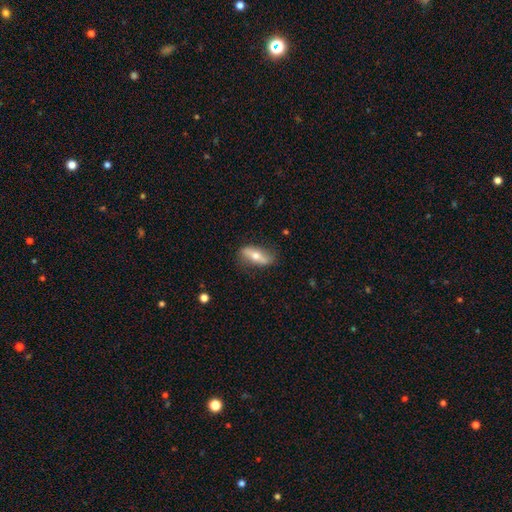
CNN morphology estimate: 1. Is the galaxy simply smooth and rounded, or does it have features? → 50% smooth, 44% featured or disk, 6% star or artifact.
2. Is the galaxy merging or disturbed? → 79% none, 16% minor disturbance, 4% major disturbance, 1% merger.